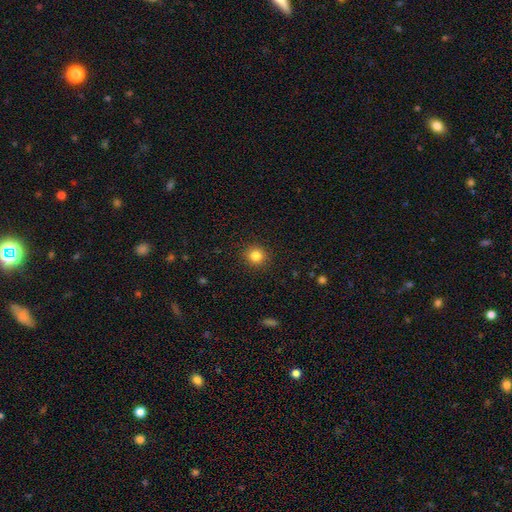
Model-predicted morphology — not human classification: Overall: smooth (83%). How rounded: round (91%). Merging: none (91%).